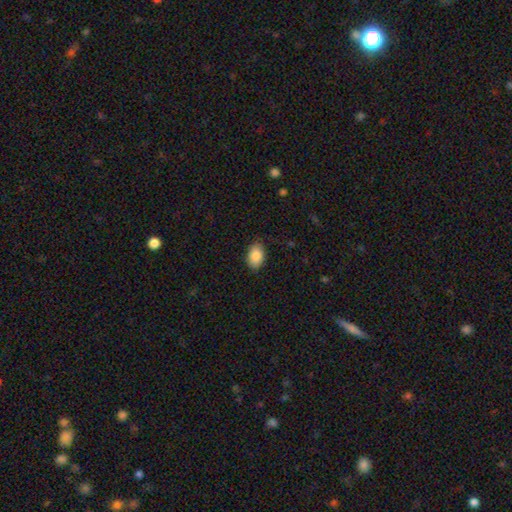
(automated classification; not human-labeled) Smooth or featured? smooth (88%)
How rounded? in between (89%)
Merging? none (84%)